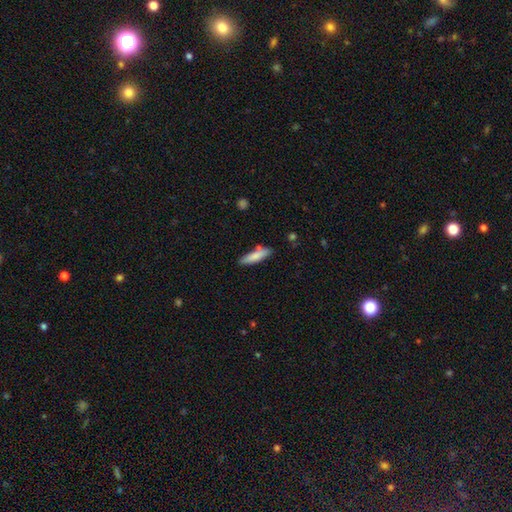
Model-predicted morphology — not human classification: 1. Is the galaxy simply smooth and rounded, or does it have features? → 80% smooth, 14% featured or disk, 6% star or artifact.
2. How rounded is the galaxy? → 72% cigar-shaped, 27% in between, 2% round.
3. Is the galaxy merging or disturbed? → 78% none, 14% minor disturbance, 6% merger, 3% major disturbance.